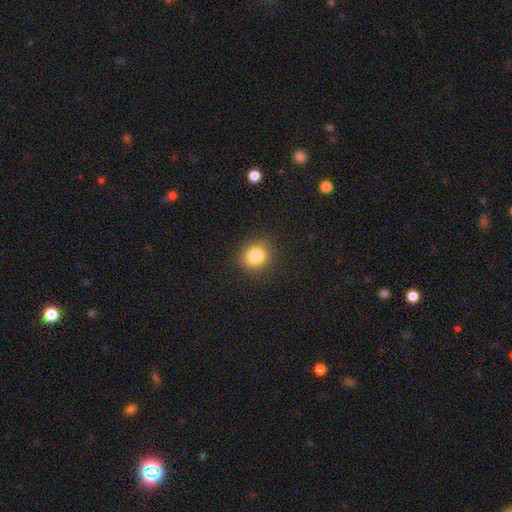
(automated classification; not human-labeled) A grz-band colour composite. It shows a smooth galaxy with no disk features (84%) that is round (78%). Merging: none (85%).